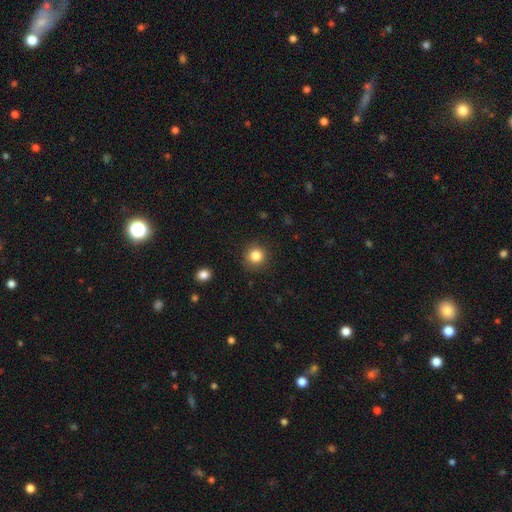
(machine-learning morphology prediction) This appears to be a smooth galaxy with no disk features (84%) that is round (92%). Merging: none (88%).